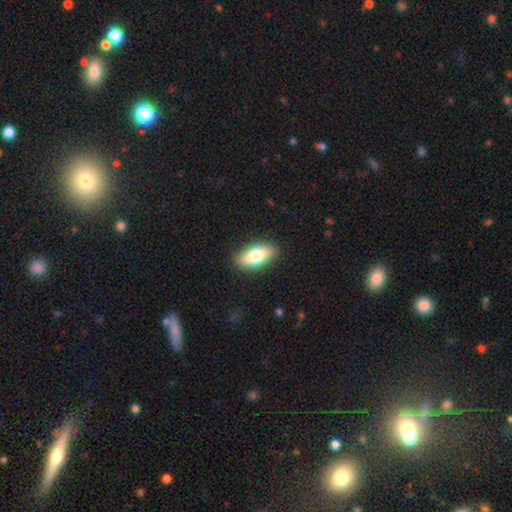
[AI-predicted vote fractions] A smooth galaxy with no disk features (74%) that is in between round and cigar-shaped (82%). Merging: none (88%).